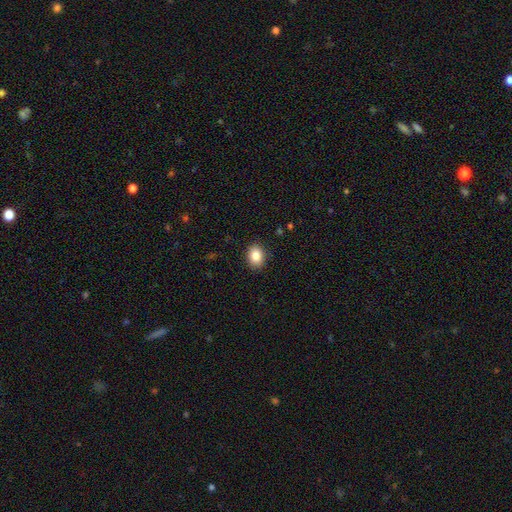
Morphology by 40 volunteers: A smooth galaxy with no disk features (85%) that is in between round and cigar-shaped (68%). Merging: none (86%).